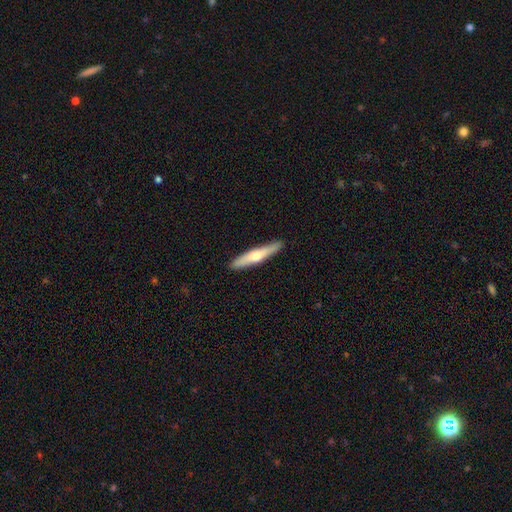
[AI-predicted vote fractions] Smooth or featured? smooth (48%)
Merging? none (91%)